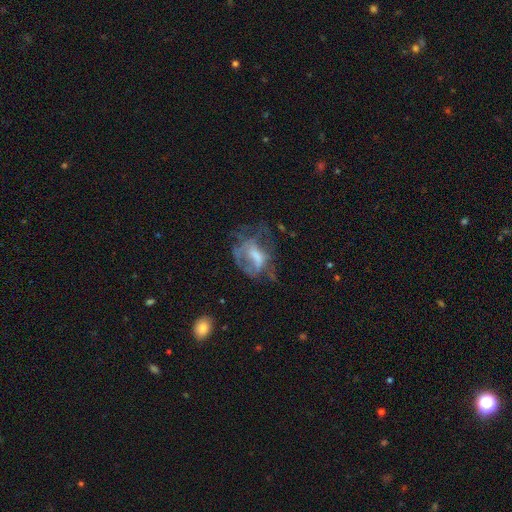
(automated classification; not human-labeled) A featured or disk galaxy (57%) with no bar (54%), no spiral arms (69%) and a moderate central bulge (34%).

Vote fractions:
- Smooth or featured? featured or disk: 57% / smooth: 30% / star or artifact: 13%
- Edge-on disk? no: 96% / yes: 4%
- Bar? no: 54% / weak: 33% / strong: 13%
- Spiral arms? no: 69% / yes: 31%
- Bulge size? moderate: 34% / none: 29% / small: 22% / large: 13% / dominant: 2%
- Merging? major disturbance: 47% / none: 30% / minor disturbance: 19% / merger: 4%